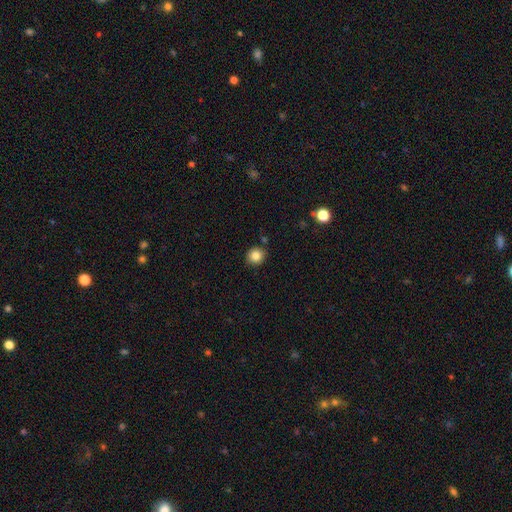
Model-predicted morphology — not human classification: A smooth galaxy with no disk features (84%) that is round (90%).

Vote fractions:
- Smooth or featured? smooth: 84% / star or artifact: 10% / featured or disk: 5%
- How rounded? round: 90% / in between: 9% / cigar-shaped: 1%
- Merging? none: 87% / minor disturbance: 8% / merger: 3% / major disturbance: 2%